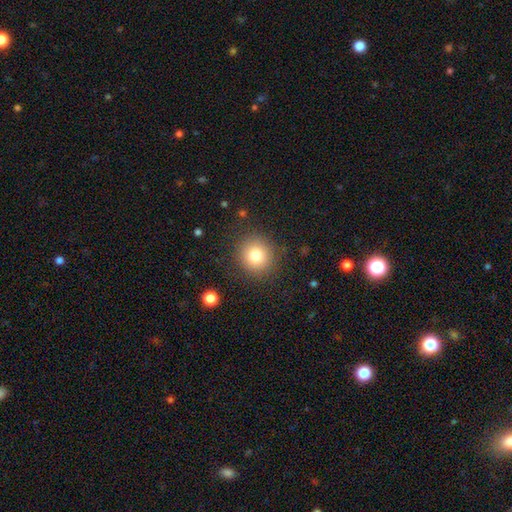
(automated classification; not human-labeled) The model was most divided on "smooth or featured": smooth: 80%, star or artifact: 12%, featured or disk: 9%. More confident: how rounded — round (90%); merging — none (88%).